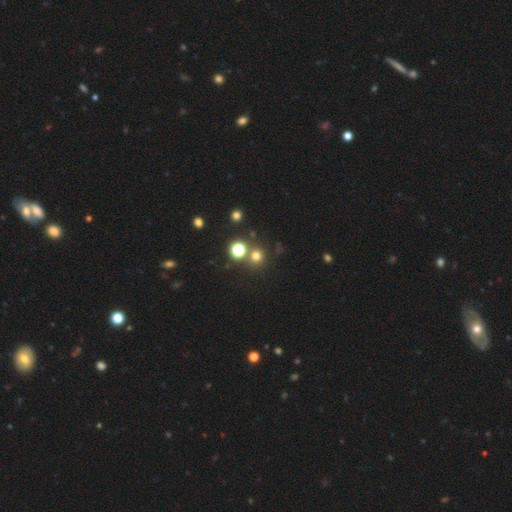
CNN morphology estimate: Q: Smooth or featured?
A: smooth (69%); runner-up: star or artifact (25%)
Q: How rounded?
A: round (92%); runner-up: in between (7%)
Q: Merging?
A: none (76%); runner-up: merger (14%)